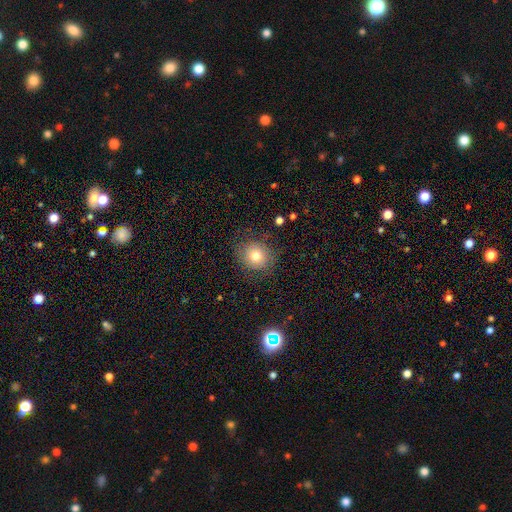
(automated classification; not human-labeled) Smooth or featured? Predicted: smooth (p=0.74). How rounded? Predicted: round (p=0.82). Merging? Predicted: none (p=0.78).